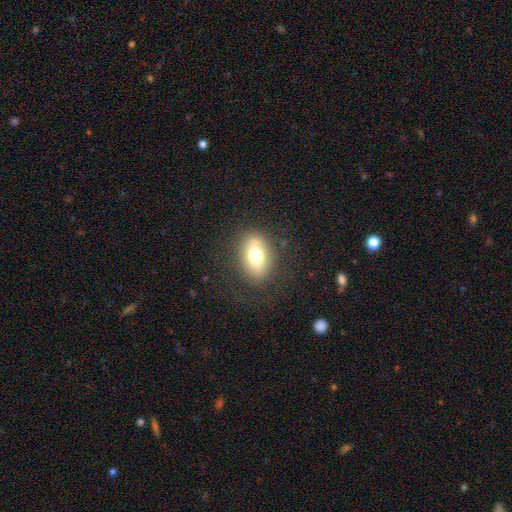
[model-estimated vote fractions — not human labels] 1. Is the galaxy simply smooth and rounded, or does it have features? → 72% smooth, 19% featured or disk, 10% star or artifact.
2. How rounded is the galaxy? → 80% in between, 18% round, 2% cigar-shaped.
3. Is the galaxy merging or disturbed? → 79% none, 13% minor disturbance, 7% major disturbance, 1% merger.